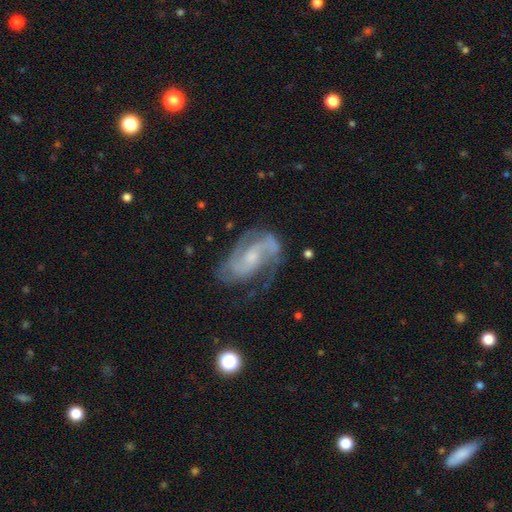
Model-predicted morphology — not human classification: The model was most divided on "bar" (2-way tie): weak: 42%, no: 42%, strong: 16%. Remaining: spiral arms — yes (96%); edge-on disk — no (96%); smooth or featured — featured or disk (85%); spiral arm count — 2 (67%); merging — none (64%); bulge size — small (60%); spiral winding — medium (50%).